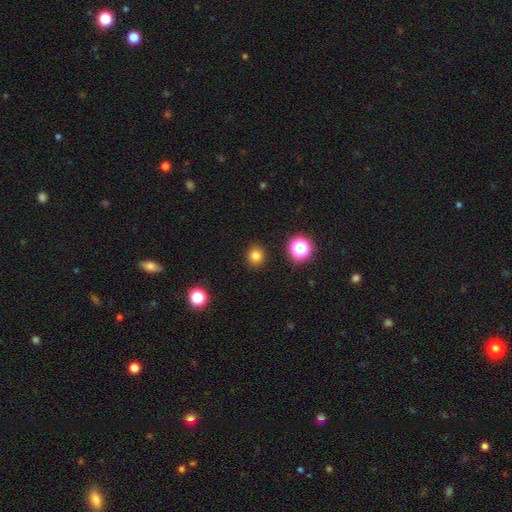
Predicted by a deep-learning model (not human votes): Q: Smooth or featured?
A: smooth (79%); runner-up: star or artifact (15%)
Q: How rounded?
A: round (85%); runner-up: in between (14%)
Q: Merging?
A: none (91%); runner-up: minor disturbance (6%)